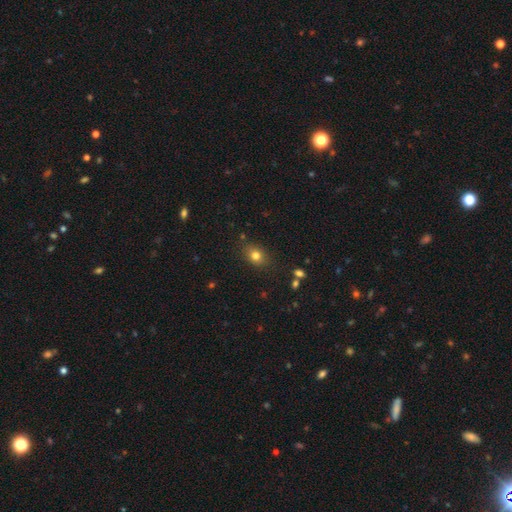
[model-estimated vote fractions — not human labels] Overall: smooth (79%). How rounded: in between (58%; round 40%). Merging: none (83%).